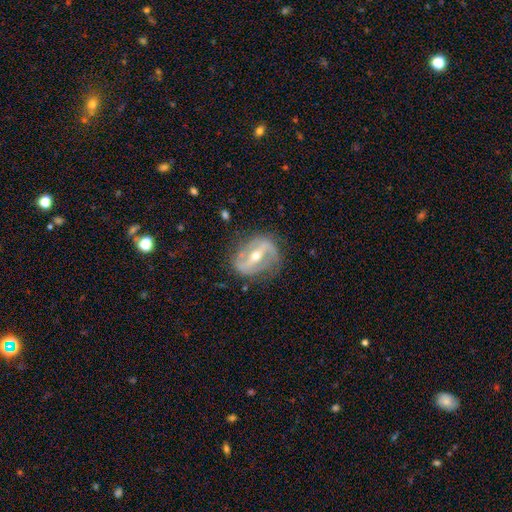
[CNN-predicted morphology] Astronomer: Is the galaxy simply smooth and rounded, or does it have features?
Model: featured or disk — 84%.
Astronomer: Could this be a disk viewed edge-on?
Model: no — 92%.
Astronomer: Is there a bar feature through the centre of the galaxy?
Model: strong — 69%.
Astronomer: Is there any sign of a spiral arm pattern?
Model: yes — 78%.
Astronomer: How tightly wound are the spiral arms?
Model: medium — 40% (runner-up: loose, 31%).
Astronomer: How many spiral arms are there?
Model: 2 — 81%.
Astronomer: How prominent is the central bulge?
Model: moderate — 59% (runner-up: small, 38%).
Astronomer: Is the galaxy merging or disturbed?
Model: none — 75%.